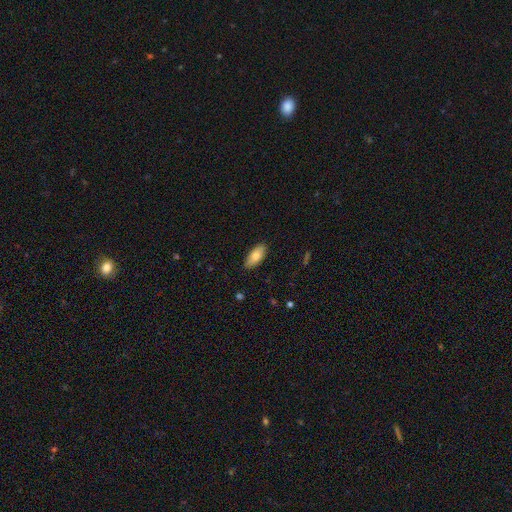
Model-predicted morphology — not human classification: This is likely a smooth galaxy (76%). How rounded: clearly in between (86%). Merging: clearly none (88%).